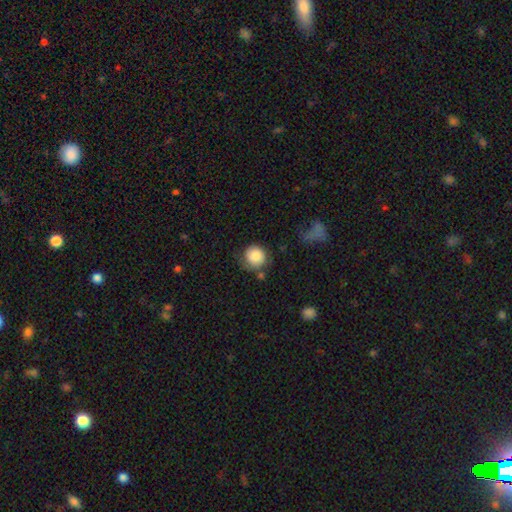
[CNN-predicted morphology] The model was most divided on "merging": none: 62%, minor disturbance: 23%, major disturbance: 10%, merger: 6%. More confident: how rounded — round (90%); smooth or featured — smooth (83%).